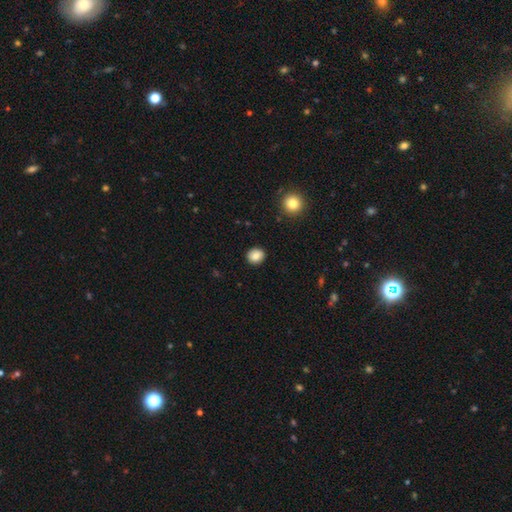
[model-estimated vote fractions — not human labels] Smooth or featured: smooth — 86% (star or artifact — 9%)
How rounded: round — 77% (in between — 22%)
Merging: none — 91% (minor disturbance — 6%)